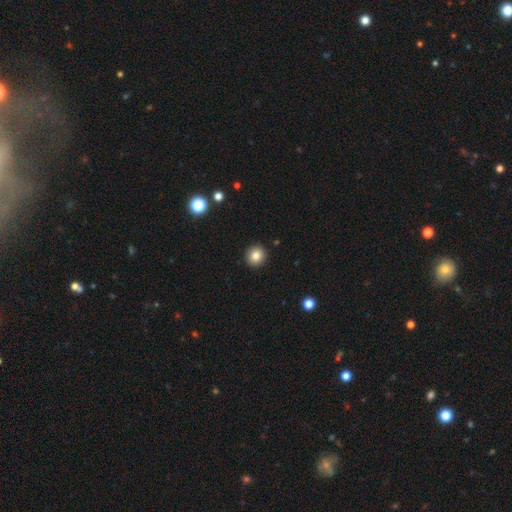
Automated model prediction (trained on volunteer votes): A smooth galaxy with no disk features (84%) that is round (92%). Merging: none (93%).